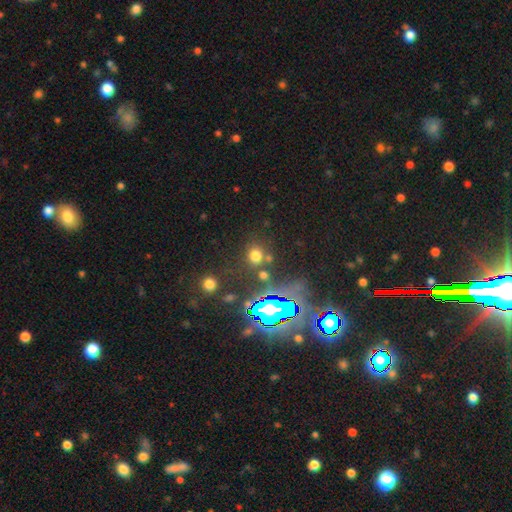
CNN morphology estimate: This is likely a smooth galaxy (65%). How rounded: likely round (80%). Merging: likely none (77%).